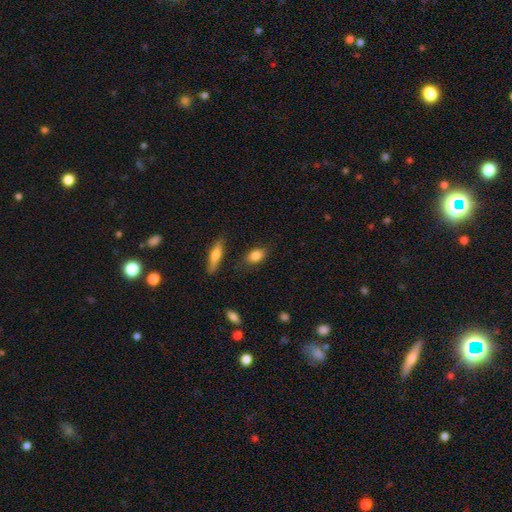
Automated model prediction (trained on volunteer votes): Q: Smooth or featured?
A: smooth (82%); runner-up: featured or disk (10%)
Q: How rounded?
A: in between (81%); runner-up: round (11%)
Q: Merging?
A: none (82%); runner-up: minor disturbance (13%)